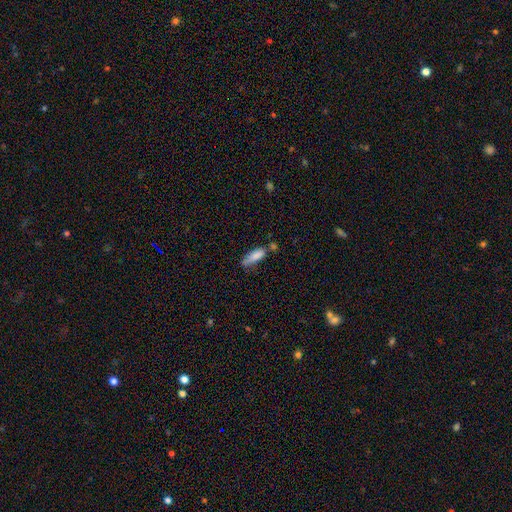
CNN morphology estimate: smooth_or_featured: smooth (p=0.82) [alt: featured or disk p=0.11]
how_rounded: in between (p=0.50) [alt: cigar-shaped p=0.48]
merging: none (p=0.46) [alt: minor disturbance p=0.29]